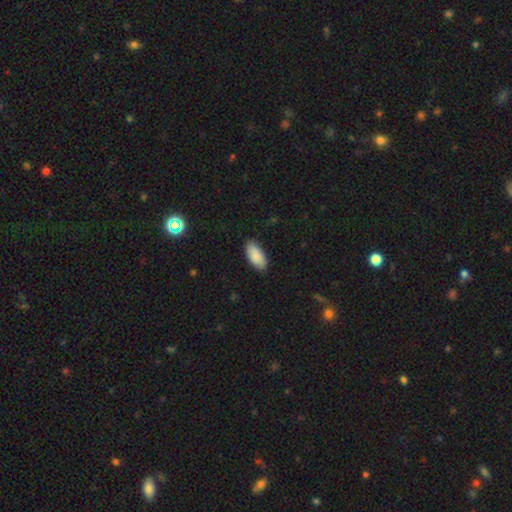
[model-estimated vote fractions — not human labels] Smooth or featured?
  - smooth: 89% *
  - star or artifact: 6%
  - featured or disk: 5%
How rounded?
  - in between: 91% *
  - cigar-shaped: 7%
  - round: 2%
Merging?
  - none: 85% *
  - minor disturbance: 12%
  - major disturbance: 2%
  - merger: 1%